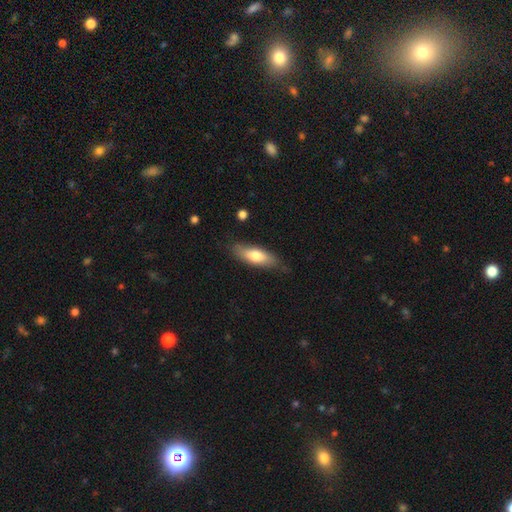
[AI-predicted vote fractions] Morphology: type=smooth (70%); roundness=in between (59%); merging=none (75%).